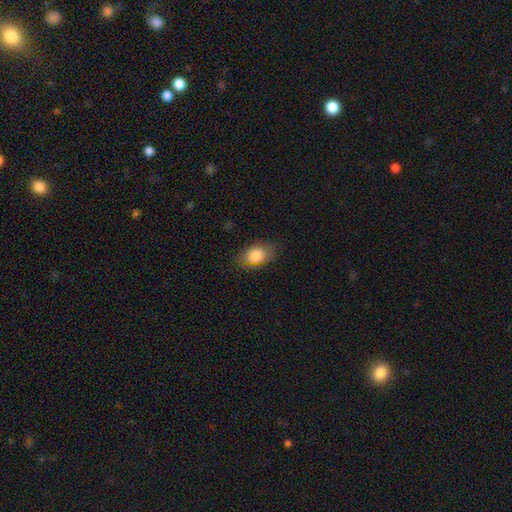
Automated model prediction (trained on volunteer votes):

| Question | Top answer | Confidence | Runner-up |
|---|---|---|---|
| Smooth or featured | smooth | 83% | featured or disk (9%) |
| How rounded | in between | 82% | round (16%) |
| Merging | none | 76% | minor disturbance (18%) |